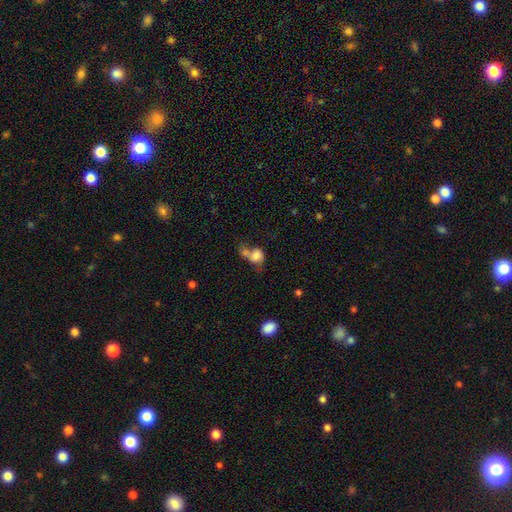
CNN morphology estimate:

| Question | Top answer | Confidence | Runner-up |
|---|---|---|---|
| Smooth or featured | smooth | 74% | featured or disk (16%) |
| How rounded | in between | 50% | round (48%) |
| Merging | merger | 53% | none (20%) |